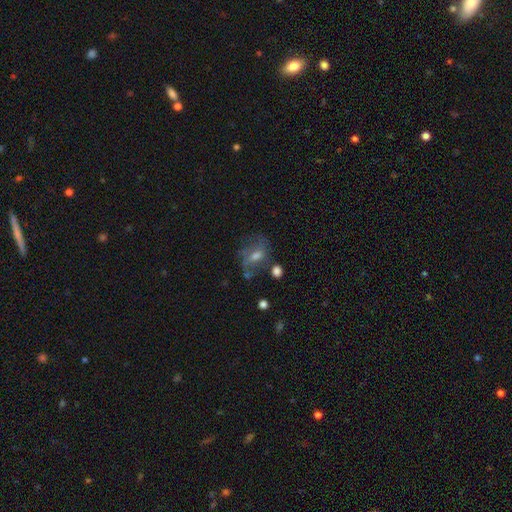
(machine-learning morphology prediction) type=featured or disk (46%); merging=none (47%).